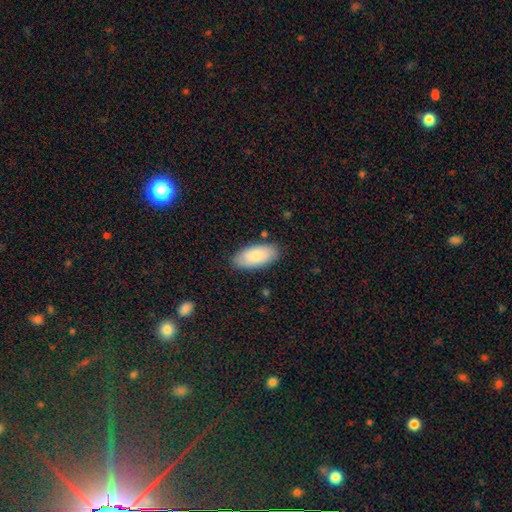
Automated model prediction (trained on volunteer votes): smooth_or_featured: smooth (p=0.82) [alt: featured or disk p=0.12]
how_rounded: in between (p=0.92) [alt: cigar-shaped p=0.06]
merging: none (p=0.84) [alt: minor disturbance p=0.12]